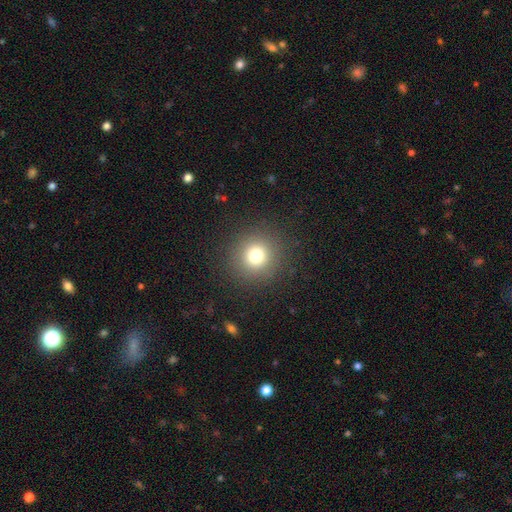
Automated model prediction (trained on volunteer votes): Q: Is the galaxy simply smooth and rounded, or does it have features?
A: smooth — 76%.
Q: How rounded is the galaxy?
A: round — 94%.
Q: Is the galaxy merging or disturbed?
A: none — 90%.